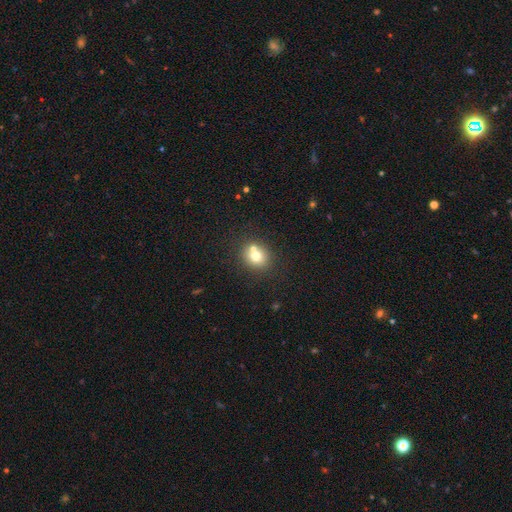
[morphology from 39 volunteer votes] smooth 82%, featured or disk 15%, star or artifact 3%. Down the decision tree: how rounded — round (88%); merging — none (55%).